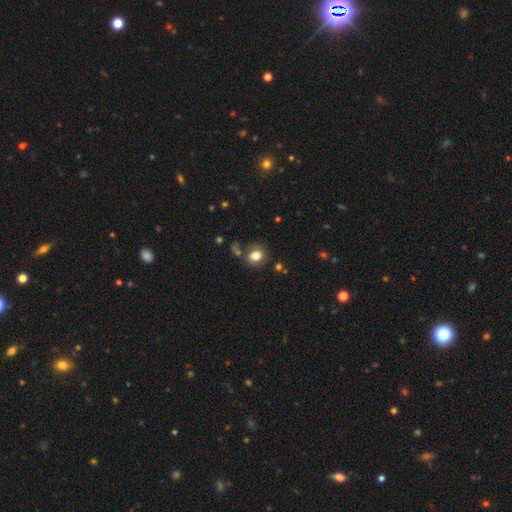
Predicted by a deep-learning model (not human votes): Morphology: type=smooth (80%); roundness=round (65%); merging=none (72%).